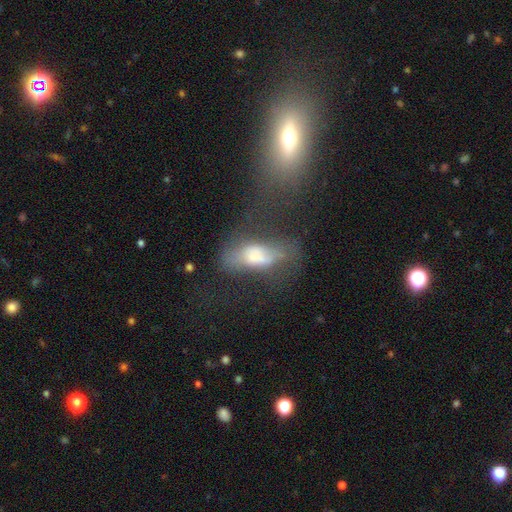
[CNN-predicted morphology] Q: Smooth or featured?
A: smooth (48%); runner-up: featured or disk (40%)
Q: Merging?
A: major disturbance (41%); runner-up: none (23%)